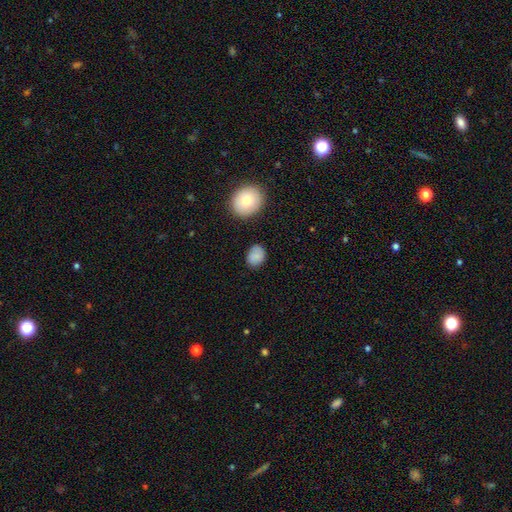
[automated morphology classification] The model was most divided on "how rounded": in between: 59%, round: 40%, cigar-shaped: 1%. More confident: smooth or featured — smooth (85%); merging — none (81%).